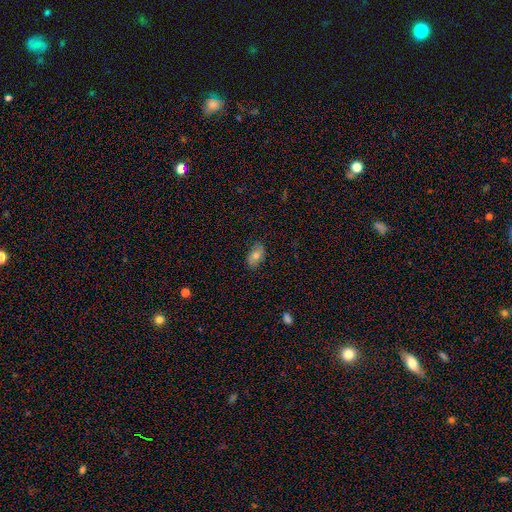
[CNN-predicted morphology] Smooth or featured? Predicted: smooth (p=0.71). How rounded? Predicted: in between (p=0.90). Merging? Predicted: none (p=0.84).